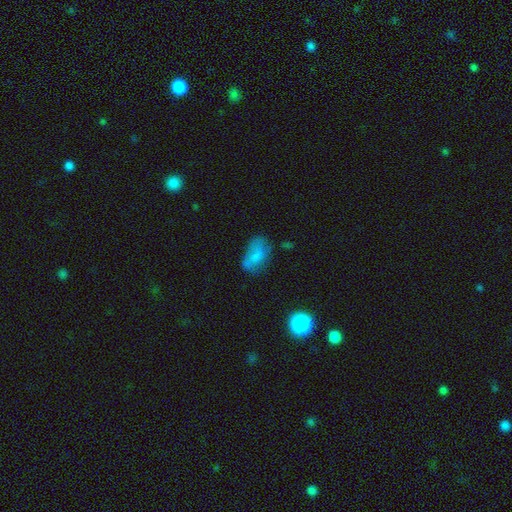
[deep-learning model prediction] Smooth or featured: smooth — 66% (featured or disk — 23%)
How rounded: in between — 89% (round — 8%)
Merging: none — 46% (minor disturbance — 29%)